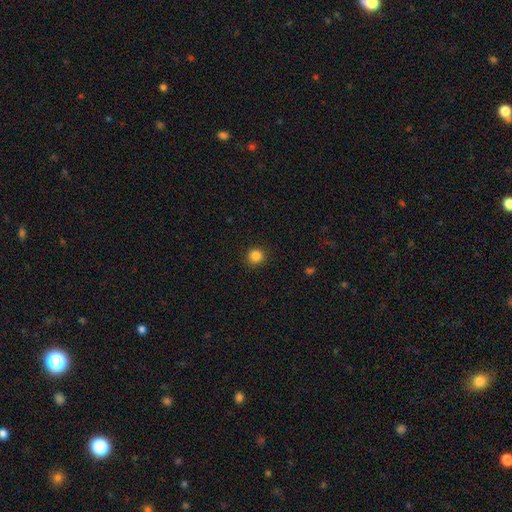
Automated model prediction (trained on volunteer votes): smooth_or_featured: smooth (p=0.85) [alt: star or artifact p=0.11]
how_rounded: round (p=0.93) [alt: in between p=0.06]
merging: none (p=0.91) [alt: minor disturbance p=0.06]